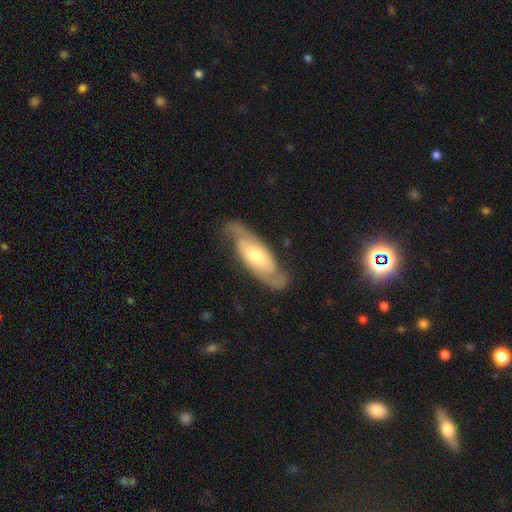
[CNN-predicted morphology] The model was most divided on "spiral winding": medium: 44%, tight: 34%, loose: 22%. More confident: spiral arms — yes (95%); edge-on disk — no (89%); spiral arm count — 2 (88%); smooth or featured — featured or disk (82%); merging — none (77%); bulge size — moderate (62%); bar — no (58%).